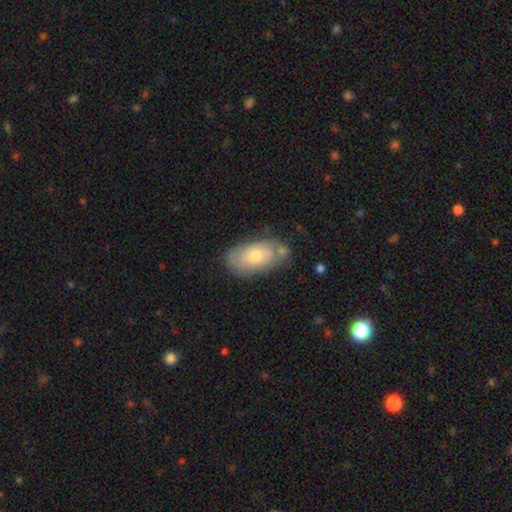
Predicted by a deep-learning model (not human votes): smooth-or-featured: smooth: 59% | featured or disk: 34% | star or artifact: 7%
  how-rounded: in between: 92% | round: 5% | cigar-shaped: 3%
  merging: none: 64% | minor disturbance: 21% | merger: 10% | major disturbance: 5%